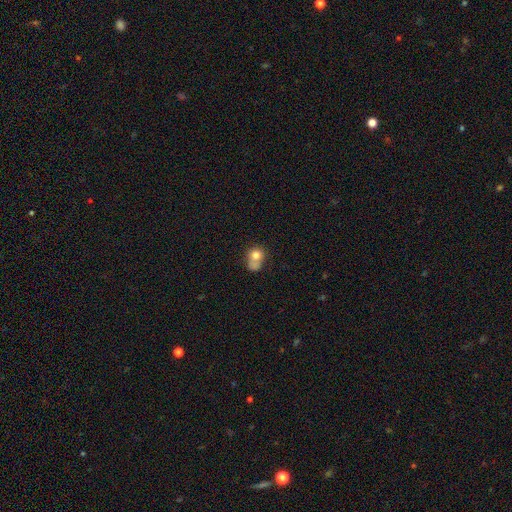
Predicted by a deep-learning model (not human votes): The model was most divided on "merging": merger: 43%, none: 29%, minor disturbance: 16%, major disturbance: 12%. More confident: smooth or featured — smooth (73%); how rounded — round (62%).